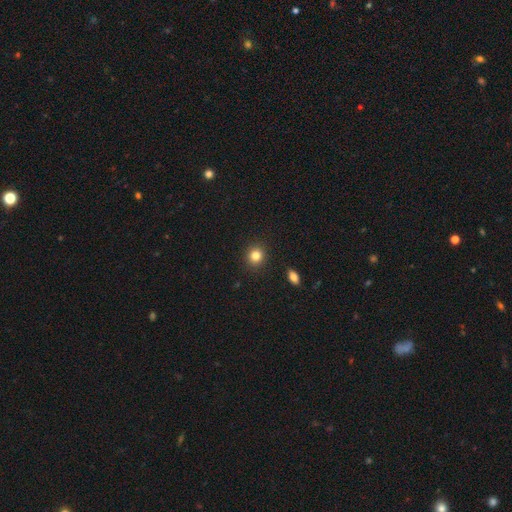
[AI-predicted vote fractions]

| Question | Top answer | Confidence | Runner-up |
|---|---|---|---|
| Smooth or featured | smooth | 83% | star or artifact (11%) |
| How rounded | round | 85% | in between (14%) |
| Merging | none | 91% | minor disturbance (6%) |